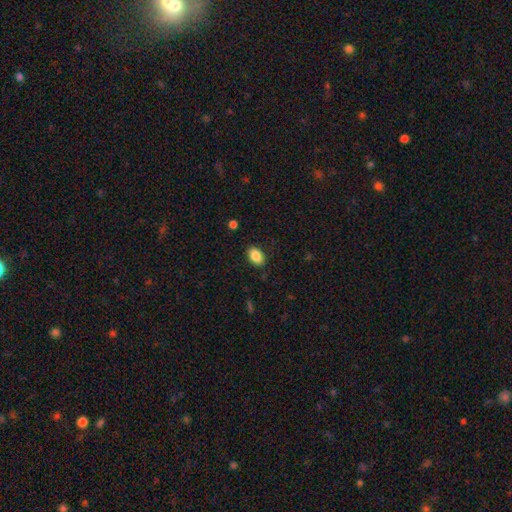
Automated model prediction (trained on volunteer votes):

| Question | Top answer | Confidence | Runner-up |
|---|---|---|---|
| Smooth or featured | smooth | 87% | star or artifact (8%) |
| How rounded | in between | 89% | round (10%) |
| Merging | none | 87% | minor disturbance (9%) |